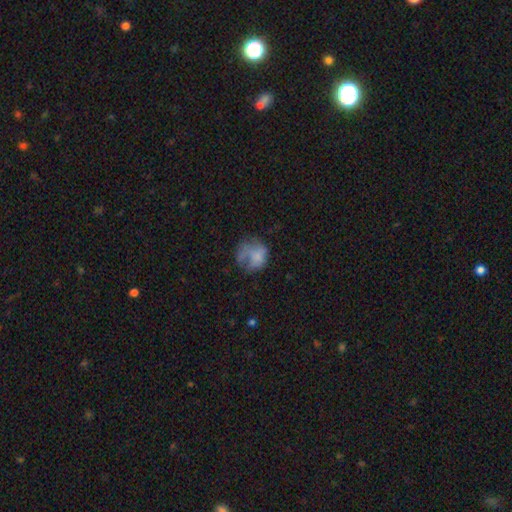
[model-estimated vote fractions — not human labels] Smooth or featured?
  - smooth: 59% *
  - featured or disk: 30%
  - star or artifact: 11%
How rounded?
  - round: 68% *
  - in between: 31%
  - cigar-shaped: 1%
Merging?
  - none: 39% *
  - major disturbance: 31%
  - minor disturbance: 24%
  - merger: 5%